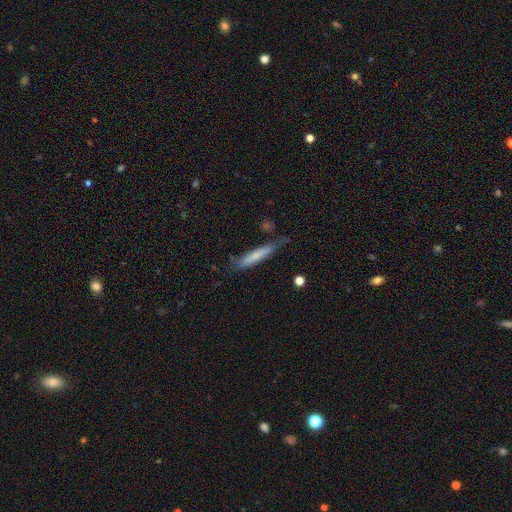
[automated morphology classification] Smooth or featured? Predicted: smooth (p=0.65). How rounded? Predicted: cigar-shaped (p=0.92). Merging? Predicted: none (p=0.67).